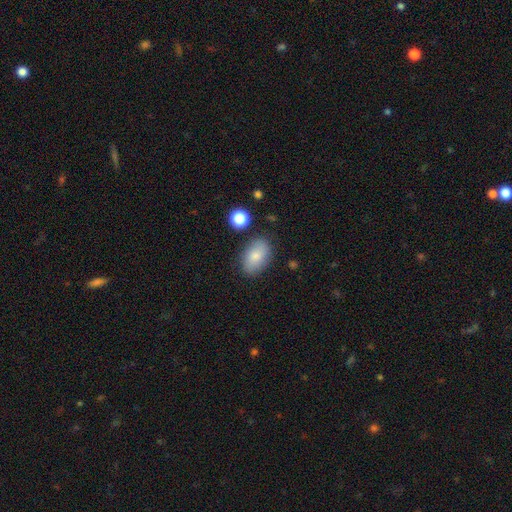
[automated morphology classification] smooth-or-featured: smooth: 81% | featured or disk: 12% | star or artifact: 7%
  how-rounded: in between: 90% | round: 8% | cigar-shaped: 1%
  merging: none: 81% | minor disturbance: 13% | major disturbance: 3% | merger: 3%